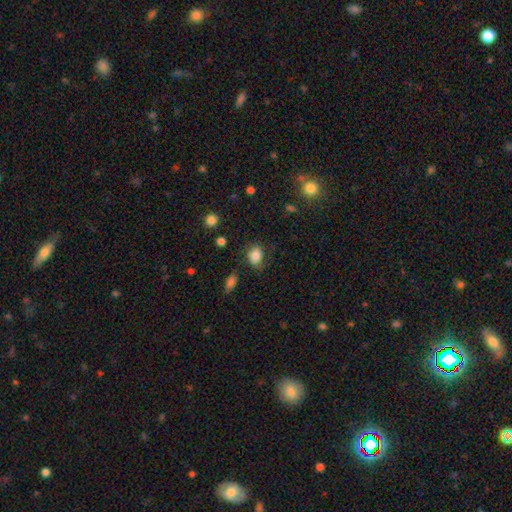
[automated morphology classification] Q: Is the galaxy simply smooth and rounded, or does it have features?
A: smooth — 81%.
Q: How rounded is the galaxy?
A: in between — 64%.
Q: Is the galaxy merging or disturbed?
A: none — 69%.